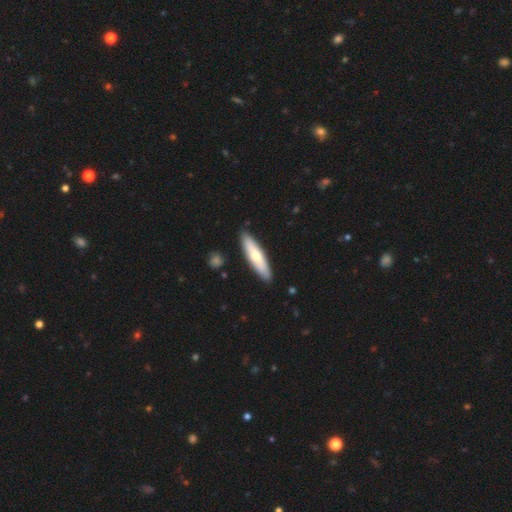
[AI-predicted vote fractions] Smooth or featured: smooth — 59% (featured or disk — 36%)
How rounded: cigar-shaped — 76% (in between — 23%)
Merging: none — 90% (minor disturbance — 7%)